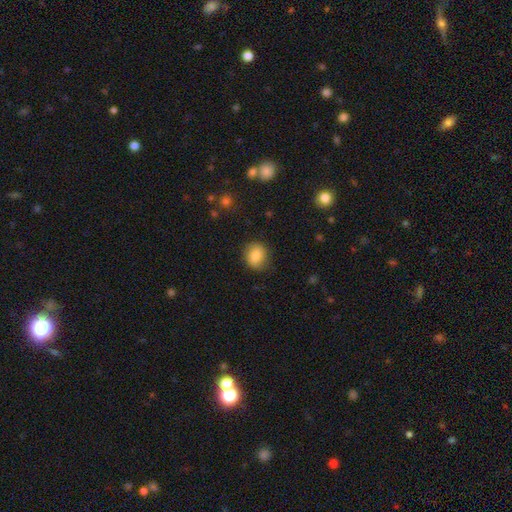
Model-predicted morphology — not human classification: A smooth galaxy with no disk features (81%) that is round (69%).

Vote fractions:
- Smooth or featured? smooth: 81% / featured or disk: 10% / star or artifact: 9%
- How rounded? round: 69% / in between: 30% / cigar-shaped: 1%
- Merging? none: 82% / minor disturbance: 13% / major disturbance: 3% / merger: 1%